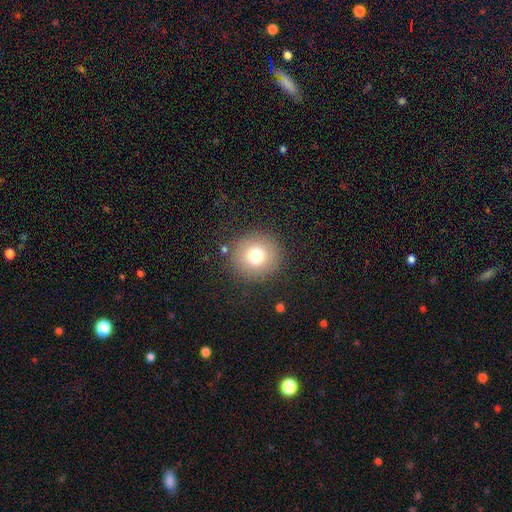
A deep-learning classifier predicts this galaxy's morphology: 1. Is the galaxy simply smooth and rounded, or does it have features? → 75% smooth, 13% star or artifact, 12% featured or disk.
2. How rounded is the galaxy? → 94% round, 5% in between, 1% cigar-shaped.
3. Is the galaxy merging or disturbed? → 88% none, 7% minor disturbance, 3% major disturbance, 2% merger.